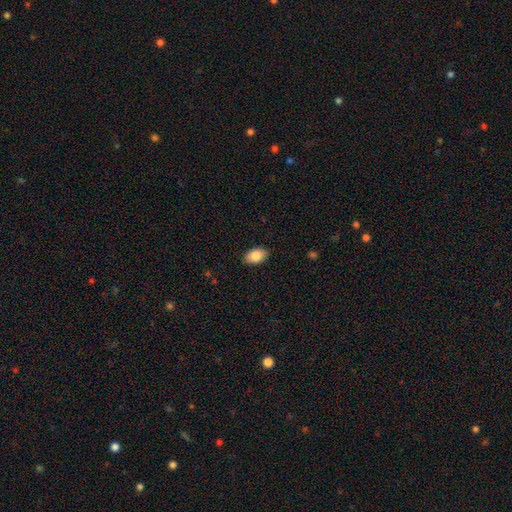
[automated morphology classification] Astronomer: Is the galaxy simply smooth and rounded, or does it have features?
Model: smooth — 85%.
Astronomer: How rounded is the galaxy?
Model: in between — 91%.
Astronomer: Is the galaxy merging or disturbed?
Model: none — 88%.